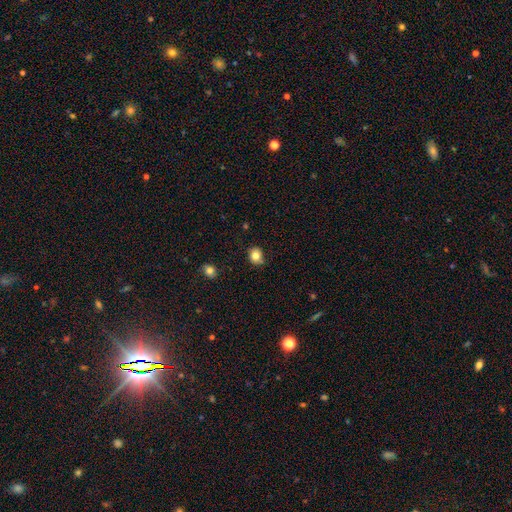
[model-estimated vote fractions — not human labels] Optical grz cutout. It shows a smooth galaxy with no disk features (81%) that is round (70%). Merging: none (76%).